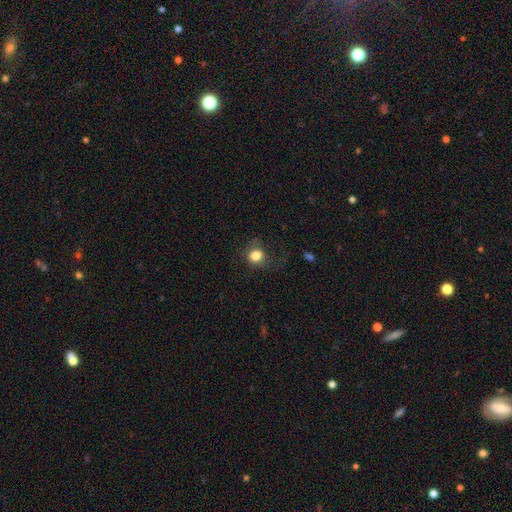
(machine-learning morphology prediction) This is clearly a smooth galaxy (81%). How rounded: likely round (74%). Merging: possibly none (59%).